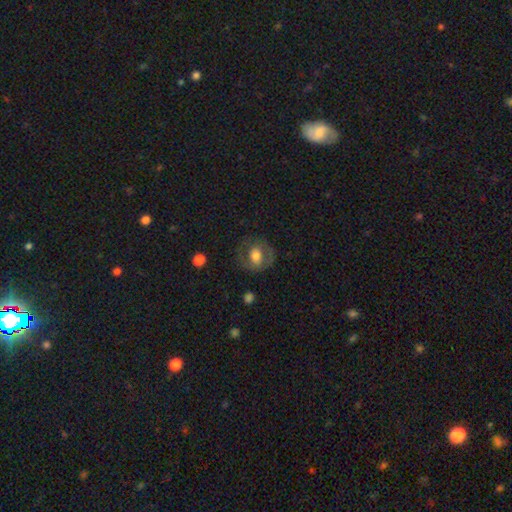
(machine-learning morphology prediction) smooth_or_featured: smooth (p=0.52) [alt: featured or disk p=0.40]
how_rounded: round (p=0.70) [alt: in between p=0.29]
merging: none (p=0.72) [alt: minor disturbance p=0.16]